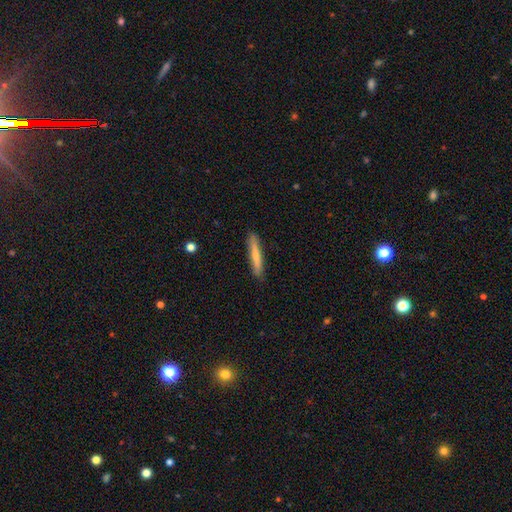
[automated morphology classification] smooth-or-featured: smooth: 71% | featured or disk: 24% | star or artifact: 5%
  how-rounded: cigar-shaped: 94% | in between: 5% | round: 1%
  merging: none: 89% | minor disturbance: 8% | major disturbance: 2% | merger: 1%